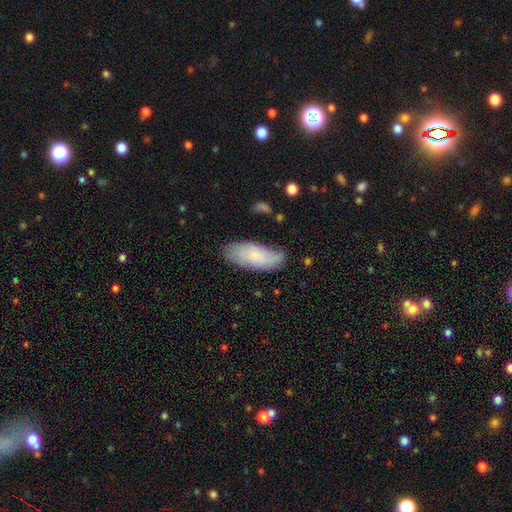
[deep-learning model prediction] The model was most divided on "merging": none: 66%, minor disturbance: 26%, major disturbance: 6%, merger: 2%. More confident: how rounded — in between (83%); smooth or featured — smooth (73%).